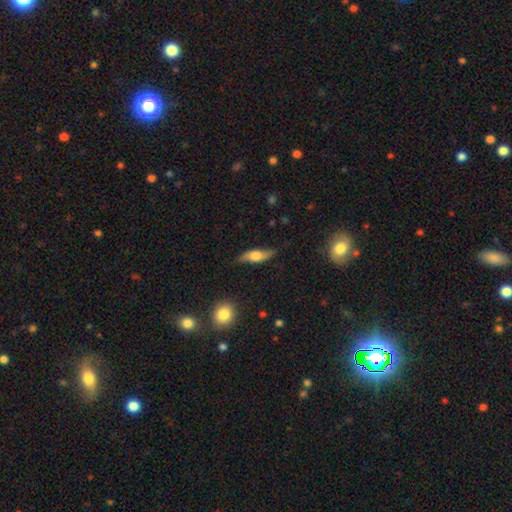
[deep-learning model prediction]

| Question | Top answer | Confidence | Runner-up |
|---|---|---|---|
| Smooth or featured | featured or disk | 56% | smooth (37%) |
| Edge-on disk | no | 61% | yes (39%) |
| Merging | none | 72% | minor disturbance (21%) |